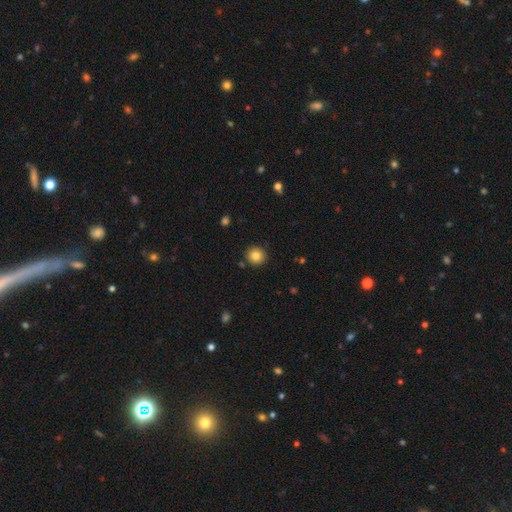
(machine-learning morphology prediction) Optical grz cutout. It shows a smooth galaxy with no disk features (85%) that is round (93%). Merging: none (89%).